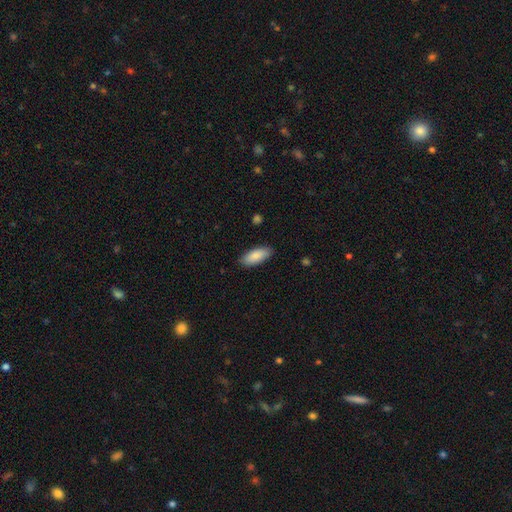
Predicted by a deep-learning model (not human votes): The model was most divided on "how rounded": in between: 80%, cigar-shaped: 18%, round: 2%. More confident: smooth or featured — smooth (87%); merging — none (87%).